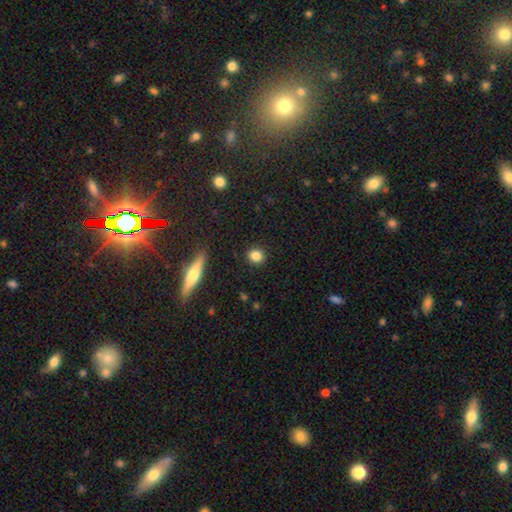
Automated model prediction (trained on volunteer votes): Overall: smooth (84%). How rounded: round (83%). Merging: none (90%).